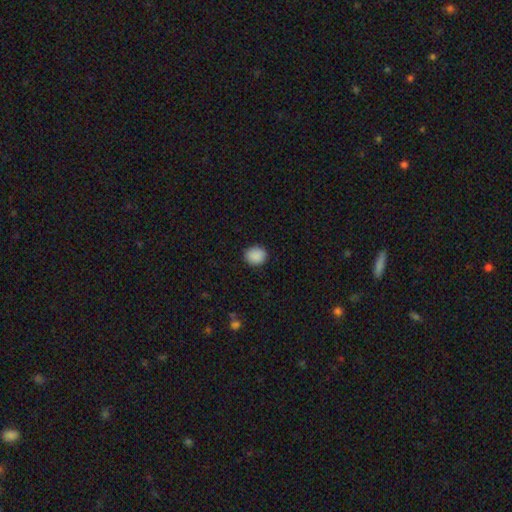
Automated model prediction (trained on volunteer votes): Q: Smooth or featured?
A: smooth (89%); runner-up: star or artifact (8%)
Q: How rounded?
A: round (67%); runner-up: in between (32%)
Q: Merging?
A: none (88%); runner-up: minor disturbance (8%)